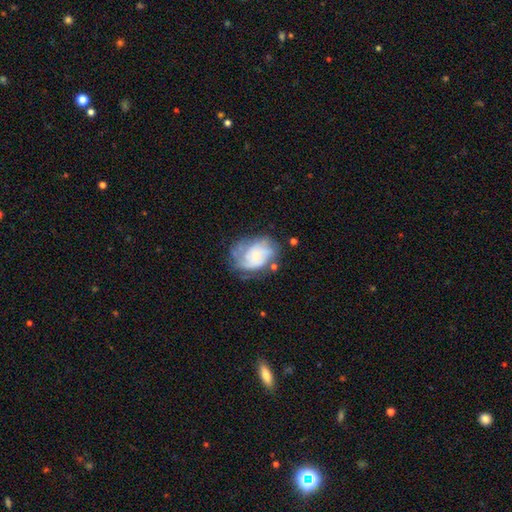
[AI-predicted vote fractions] smooth-or-featured: featured or disk: 68% | smooth: 25% | star or artifact: 7%
  disk-edge-on: no: 97% | yes: 3%
    bar: no: 74% | weak: 23% | strong: 3%
    has-spiral-arms: yes: 83% | no: 17%
      spiral-winding: tight: 48% | medium: 36% | loose: 15%
      spiral-arm-count: can't tell: 42% | 2: 22% | 3: 19% | 4: 8% | 1: 5% | more than 4: 4%
    bulge-size: small: 64% | moderate: 27% | none: 5% | large: 3% | dominant: 1%
  merging: none: 54% | minor disturbance: 26% | major disturbance: 16% | merger: 4%